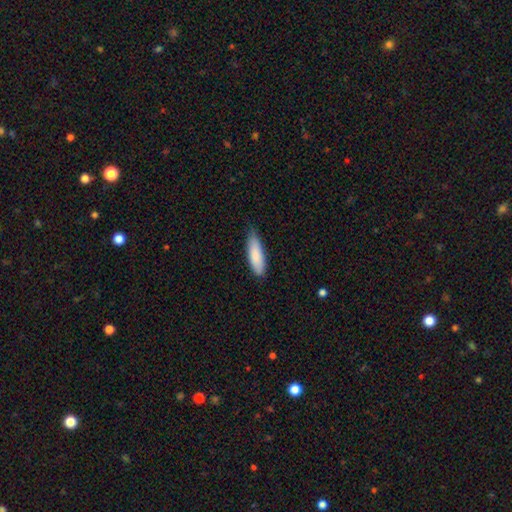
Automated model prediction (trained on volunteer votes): Smooth or featured: smooth — 86% (featured or disk — 9%)
How rounded: in between — 54% (cigar-shaped — 44%)
Merging: none — 66% (minor disturbance — 29%)